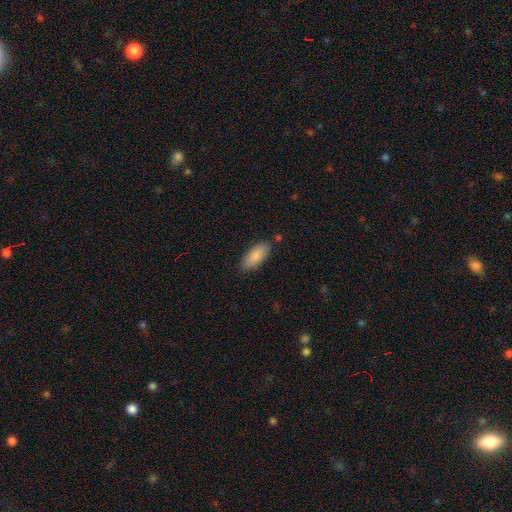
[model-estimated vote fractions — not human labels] smooth-or-featured: smooth: 87% | featured or disk: 6% | star or artifact: 6%
  how-rounded: in between: 84% | cigar-shaped: 15% | round: 2%
  merging: none: 84% | minor disturbance: 11% | merger: 3% | major disturbance: 2%